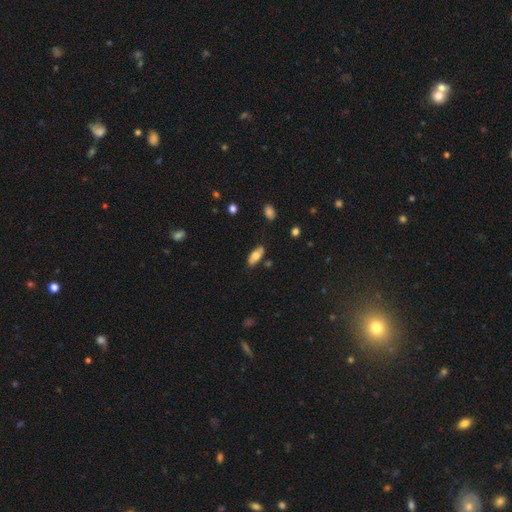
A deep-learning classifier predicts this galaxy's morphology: This is likely a smooth galaxy (71%). How rounded: clearly in between (86%). Merging: clearly none (82%).